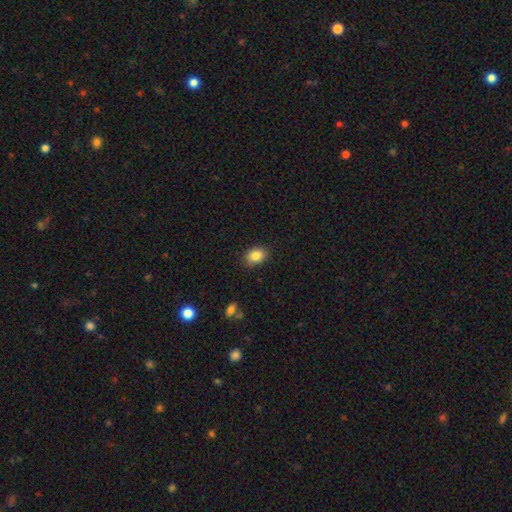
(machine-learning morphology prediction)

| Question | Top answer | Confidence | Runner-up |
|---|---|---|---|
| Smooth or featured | smooth | 85% | star or artifact (9%) |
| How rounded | in between | 71% | round (28%) |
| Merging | none | 85% | minor disturbance (11%) |